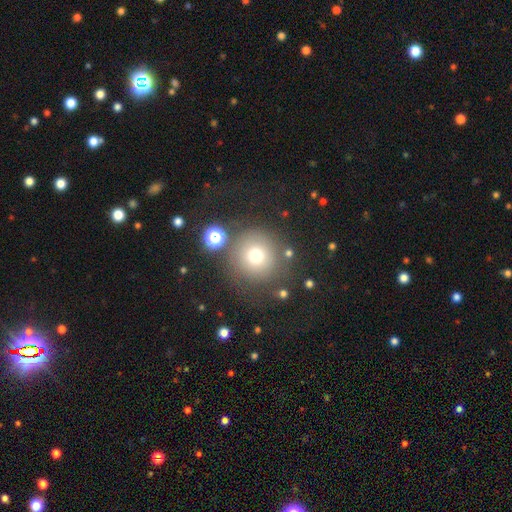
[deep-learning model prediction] smooth-or-featured: smooth: 71% | star or artifact: 16% | featured or disk: 13%
  how-rounded: round: 95% | in between: 4% | cigar-shaped: 1%
  merging: none: 78% | minor disturbance: 10% | major disturbance: 6% | merger: 6%